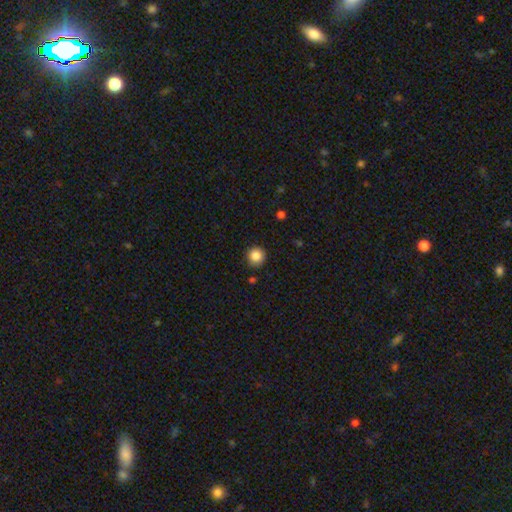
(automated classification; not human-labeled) smooth 86%, star or artifact 10%, featured or disk 4%. Down the decision tree: how rounded — round (94%); merging — none (87%).